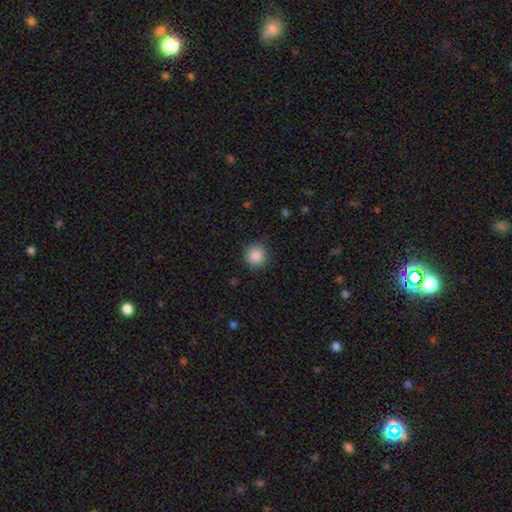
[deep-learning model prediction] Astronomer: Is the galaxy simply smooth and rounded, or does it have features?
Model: smooth — 88%.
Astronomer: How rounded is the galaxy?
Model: round — 94%.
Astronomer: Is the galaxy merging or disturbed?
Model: none — 90%.